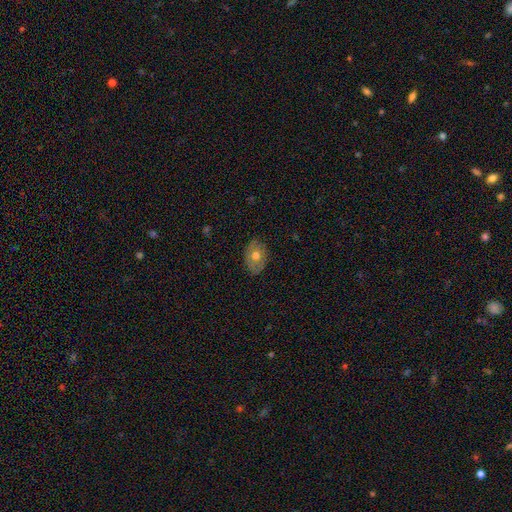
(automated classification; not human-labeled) Overall: smooth (62%; featured or disk 30%). How rounded: in between (75%). Merging: none (82%).